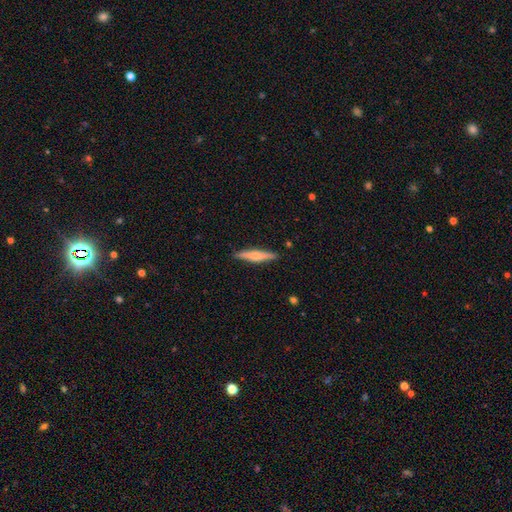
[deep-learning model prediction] Smooth or featured? Predicted: smooth (p=0.52). How rounded? Predicted: cigar-shaped (p=0.88). Merging? Predicted: none (p=0.89).